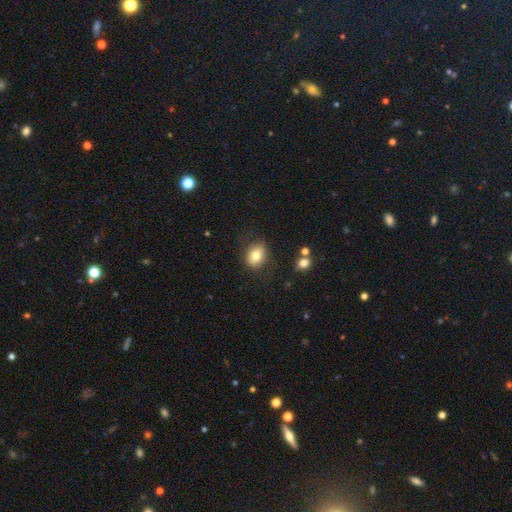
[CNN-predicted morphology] The model was most divided on "how rounded": in between: 52%, round: 47%, cigar-shaped: 1%. More confident: smooth or featured — smooth (78%); merging — none (78%).